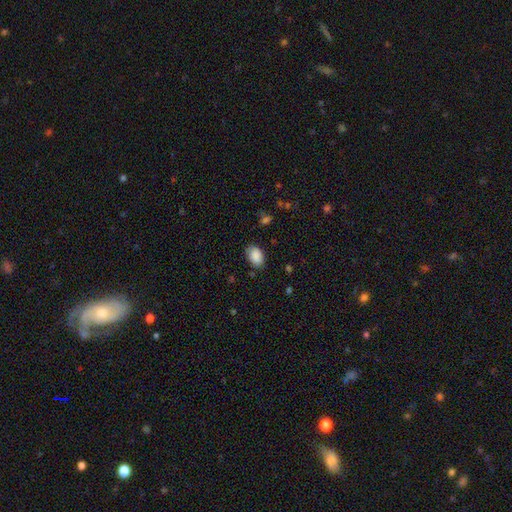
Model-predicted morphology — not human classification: Smooth or featured? Predicted: smooth (p=0.88). How rounded? Predicted: in between (p=0.86). Merging? Predicted: none (p=0.77).